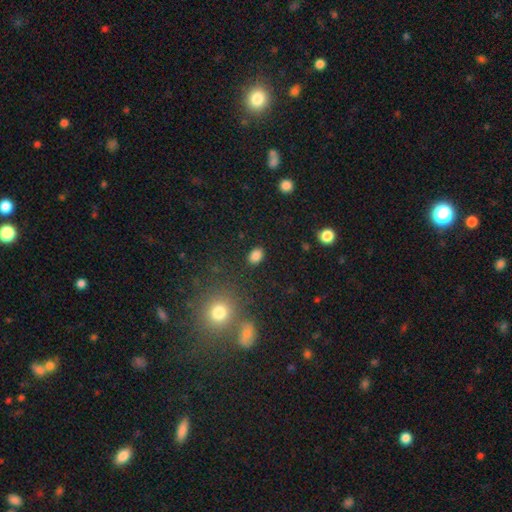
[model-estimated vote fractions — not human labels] This appears to be a smooth galaxy with no disk features (85%) that is in between round and cigar-shaped (74%). Merging: none (87%).